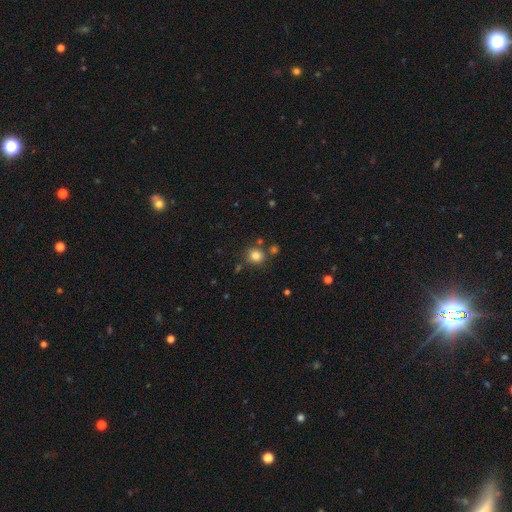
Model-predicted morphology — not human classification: A smooth galaxy with no disk features (81%) that is round (84%).

Vote fractions:
- Smooth or featured? smooth: 81% / star or artifact: 13% / featured or disk: 6%
- How rounded? round: 84% / in between: 15% / cigar-shaped: 1%
- Merging? none: 78% / minor disturbance: 10% / merger: 9% / major disturbance: 3%